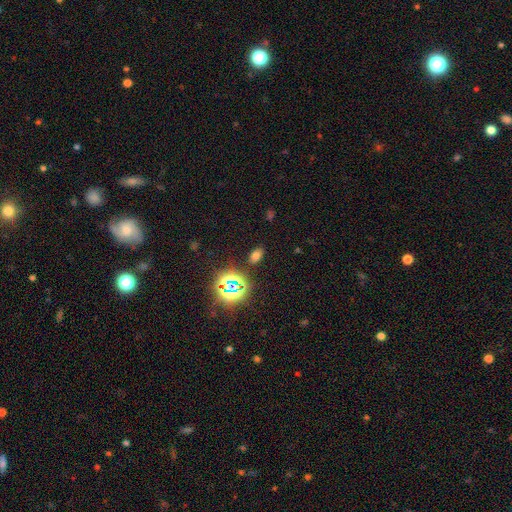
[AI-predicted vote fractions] The model was most divided on "smooth or featured": smooth: 62%, star or artifact: 31%, featured or disk: 7%. More confident: how rounded — in between (86%); merging — none (86%).